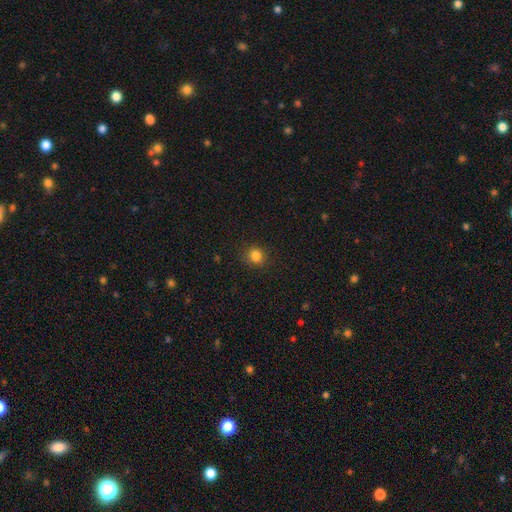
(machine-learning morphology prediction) This is clearly a smooth galaxy (83%). How rounded: clearly round (83%). Merging: clearly none (88%).